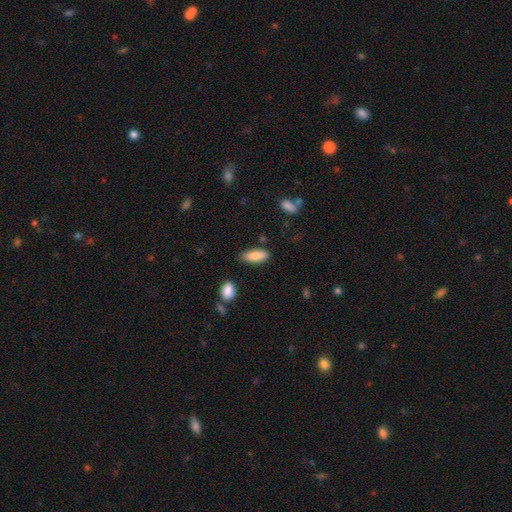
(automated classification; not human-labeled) A smooth galaxy with no disk features (87%) that is in between round and cigar-shaped (71%). Merging: none (80%).